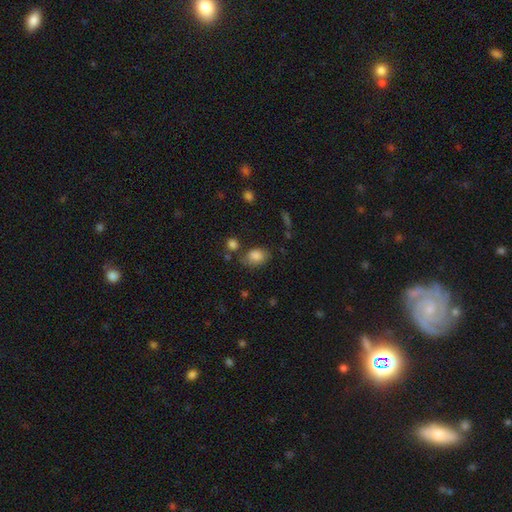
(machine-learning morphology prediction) This is clearly a smooth galaxy (83%). How rounded: likely in between (75%). Merging: likely none (63%).